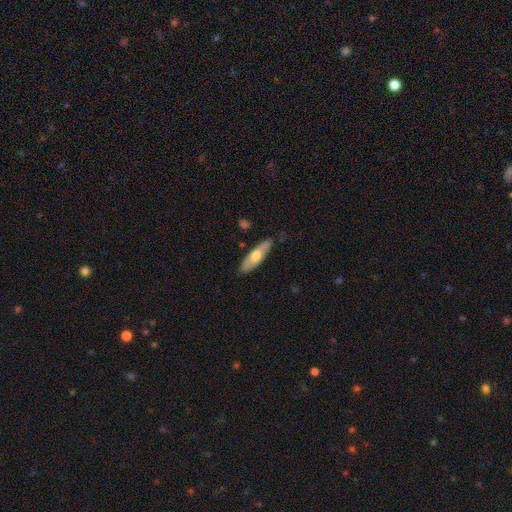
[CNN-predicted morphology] Overall: smooth (57%; featured or disk 38%). How rounded: in between (51%; cigar-shaped 47%). Merging: none (83%).